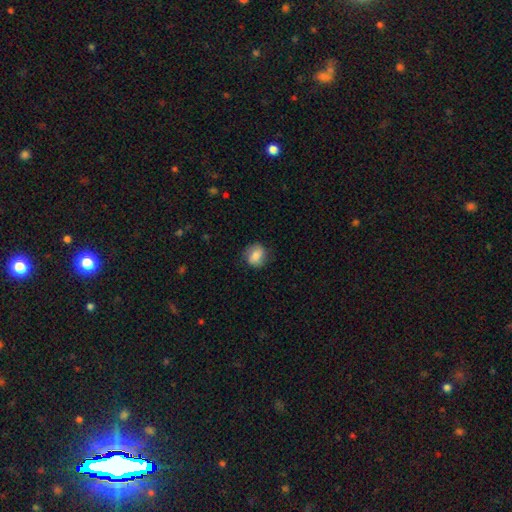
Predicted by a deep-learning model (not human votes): smooth 72%, featured or disk 20%, star or artifact 8%. Down the decision tree: how rounded — round (62%); merging — none (78%).